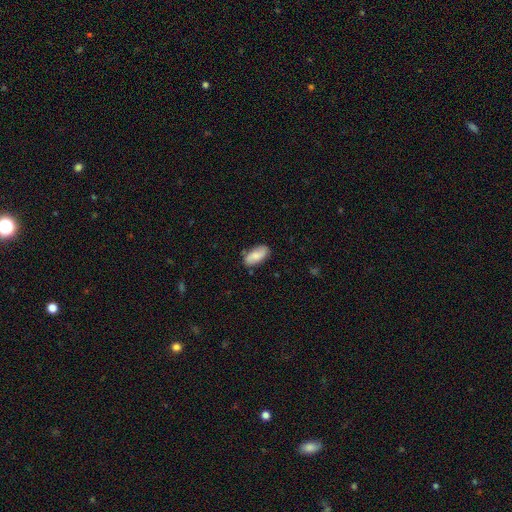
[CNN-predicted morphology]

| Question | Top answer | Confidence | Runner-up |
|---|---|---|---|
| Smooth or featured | smooth | 73% | featured or disk (20%) |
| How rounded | in between | 92% | cigar-shaped (6%) |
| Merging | none | 79% | minor disturbance (16%) |